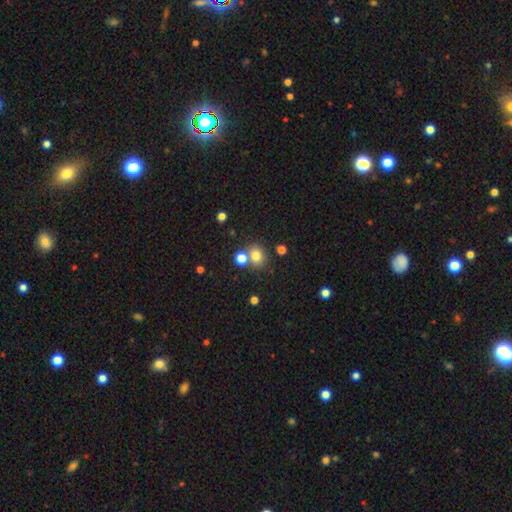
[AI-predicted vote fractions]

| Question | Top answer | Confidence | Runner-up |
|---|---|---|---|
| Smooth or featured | smooth | 77% | star or artifact (14%) |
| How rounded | round | 66% | in between (33%) |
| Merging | none | 62% | merger (25%) |